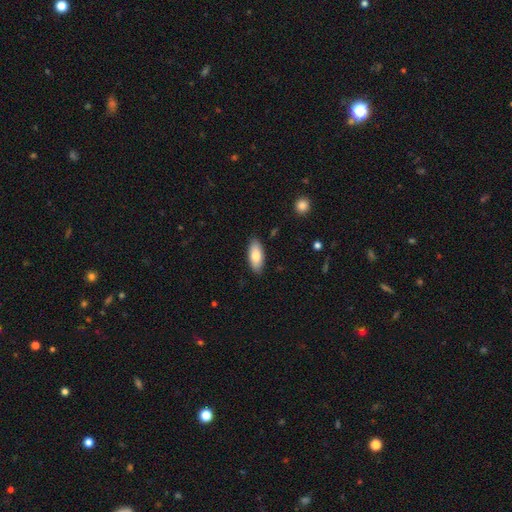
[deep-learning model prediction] A smooth galaxy with no disk features (79%) that is in between round and cigar-shaped (86%).

Vote fractions:
- Smooth or featured? smooth: 79% / featured or disk: 15% / star or artifact: 6%
- How rounded? in between: 86% / cigar-shaped: 12% / round: 2%
- Merging? none: 88% / minor disturbance: 10% / major disturbance: 2% / merger: 1%